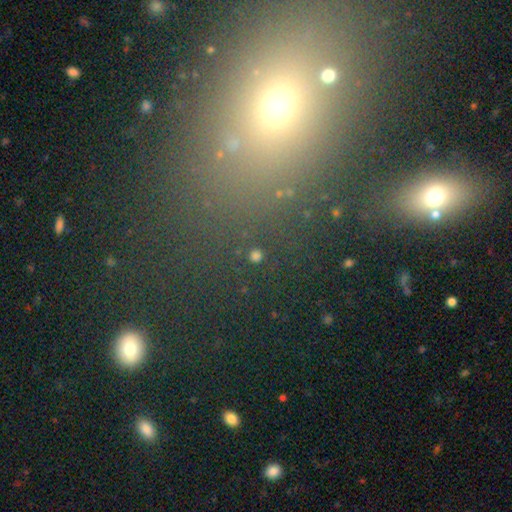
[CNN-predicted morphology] The model was most divided on "smooth or featured": smooth: 68%, star or artifact: 26%, featured or disk: 6%. More confident: how rounded — round (94%); merging — none (87%).